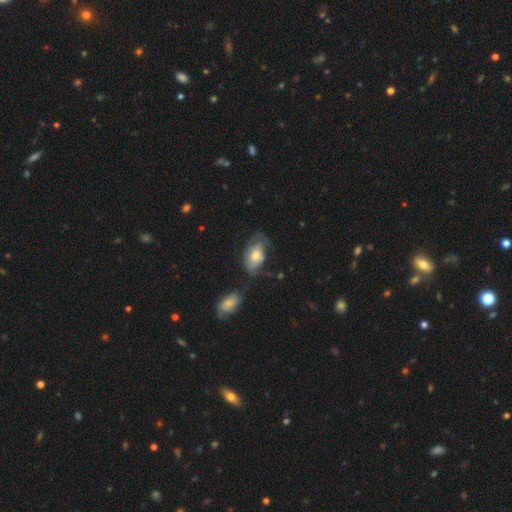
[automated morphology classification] smooth_or_featured: smooth (p=0.58) [alt: featured or disk p=0.36]
how_rounded: in between (p=0.89) [alt: round p=0.10]
merging: none (p=0.38) [alt: minor disturbance p=0.32]